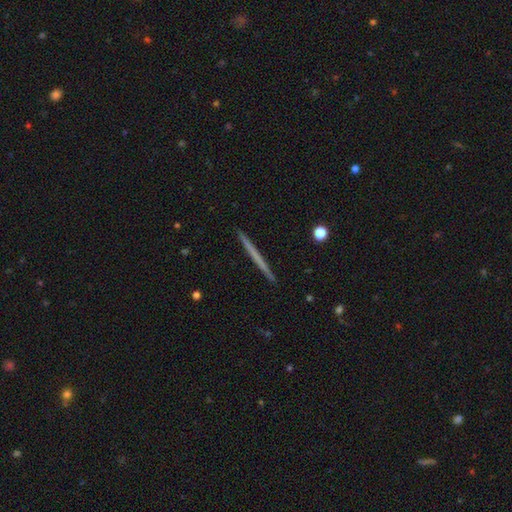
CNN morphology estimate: Smooth or featured?
  - featured or disk: 49% *
  - smooth: 45%
  - star or artifact: 6%
Merging?
  - none: 93% *
  - minor disturbance: 5%
  - major disturbance: 1%
  - merger: 1%